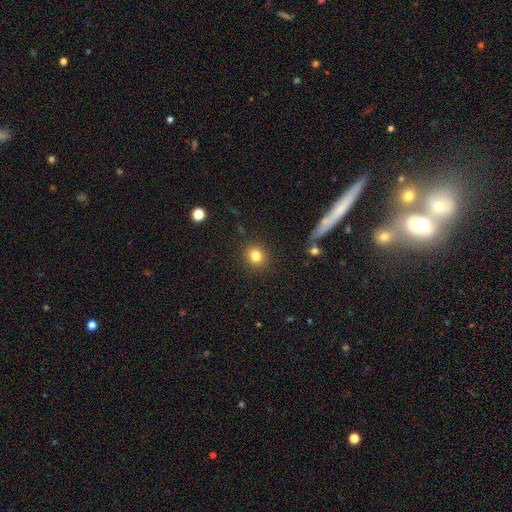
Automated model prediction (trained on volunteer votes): Smooth or featured: smooth — 82% (star or artifact — 11%)
How rounded: round — 86% (in between — 13%)
Merging: none — 89% (minor disturbance — 7%)